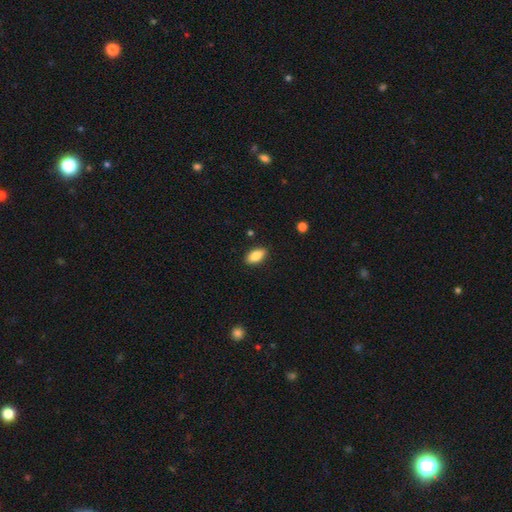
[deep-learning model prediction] This appears to be a smooth galaxy with no disk features (84%) that is in between round and cigar-shaped (90%). Merging: none (88%).